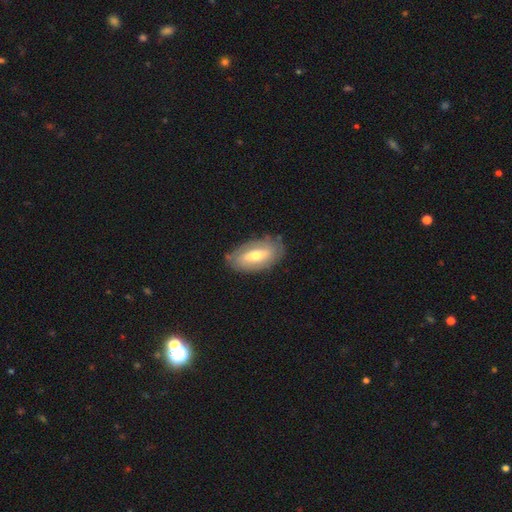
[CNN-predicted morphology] This appears to be a smooth galaxy with no disk features (48%). Merging: none (80%).